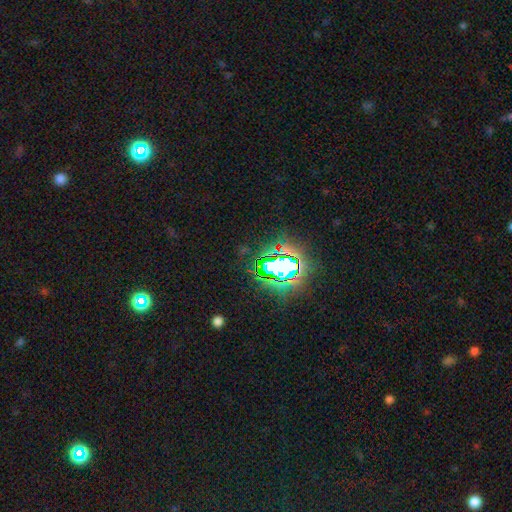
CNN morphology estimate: star or artifact 80%, smooth 12%, featured or disk 7%.